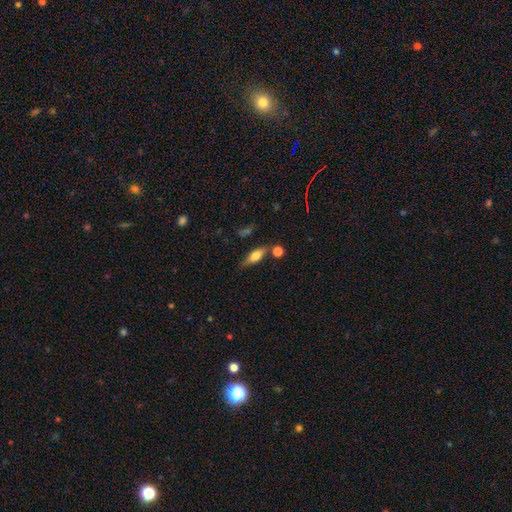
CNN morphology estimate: A smooth galaxy with no disk features (57%) that is in between round and cigar-shaped (54%). Merging: none (67%).